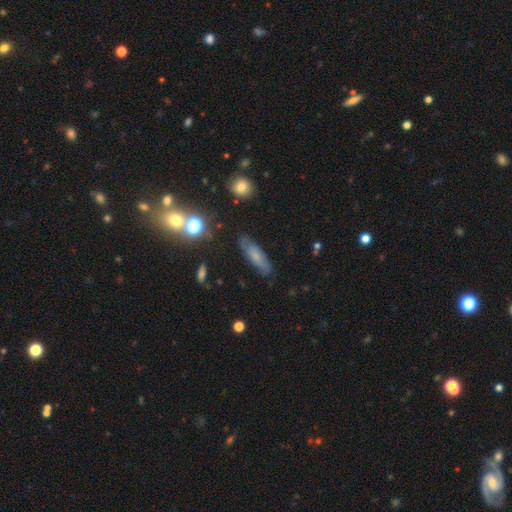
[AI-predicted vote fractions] Q: Smooth or featured?
A: smooth (55%); runner-up: featured or disk (33%)
Q: How rounded?
A: cigar-shaped (53%); runner-up: in between (44%)
Q: Merging?
A: none (78%); runner-up: minor disturbance (16%)